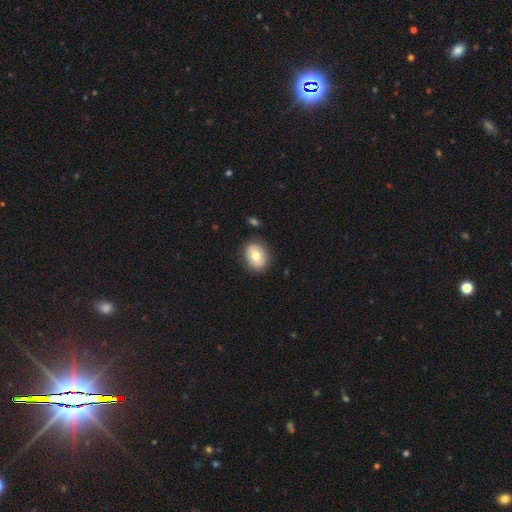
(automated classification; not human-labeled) smooth_or_featured: smooth (p=0.75) [alt: featured or disk p=0.17]
how_rounded: in between (p=0.63) [alt: round p=0.36]
merging: none (p=0.86) [alt: minor disturbance p=0.10]